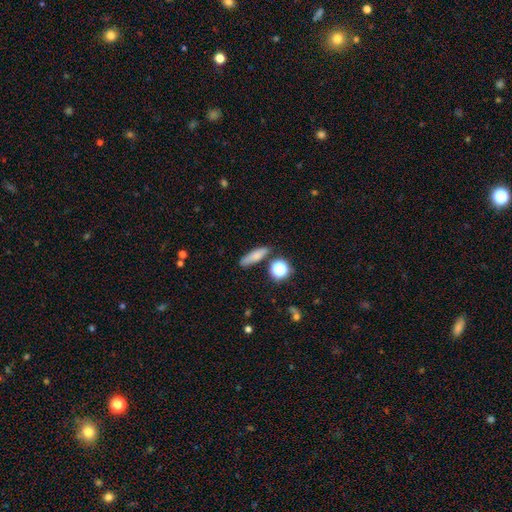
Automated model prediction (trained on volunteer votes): Morphology: type=smooth (73%); roundness=cigar-shaped (60%); merging=none (78%).